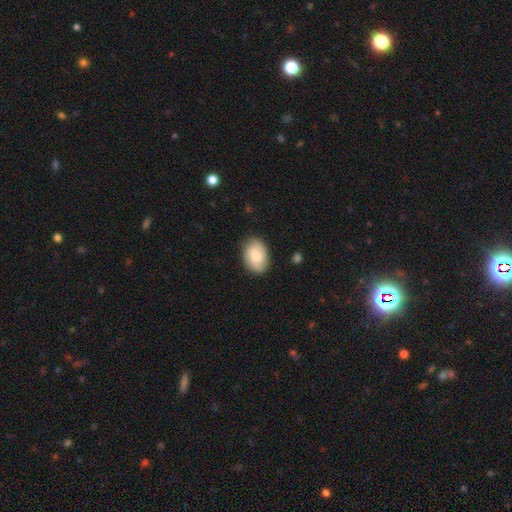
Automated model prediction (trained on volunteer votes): This appears to be a smooth galaxy with no disk features (73%) that is in between round and cigar-shaped (83%). Merging: none (82%).